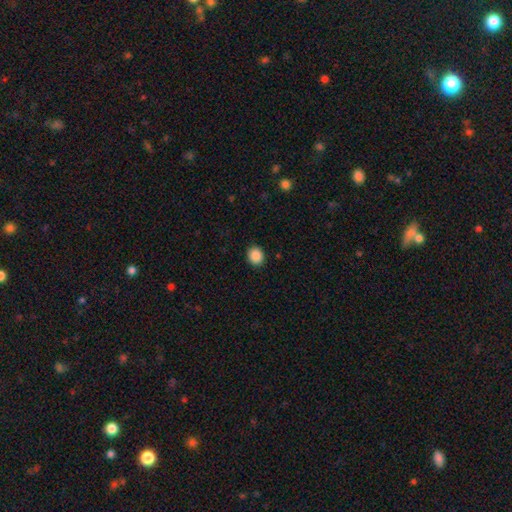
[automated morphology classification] This appears to be a smooth galaxy with no disk features (88%) that is round (74%). Merging: none (91%).